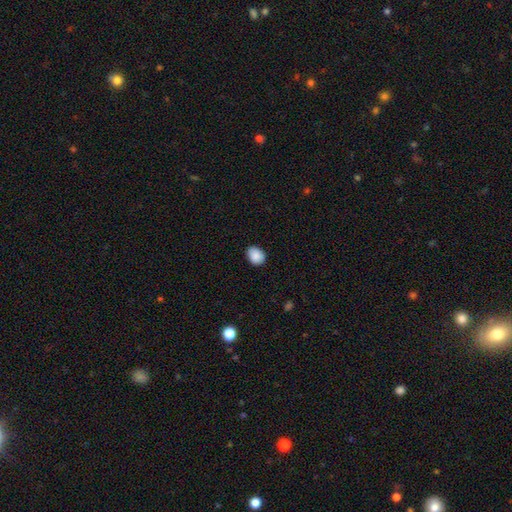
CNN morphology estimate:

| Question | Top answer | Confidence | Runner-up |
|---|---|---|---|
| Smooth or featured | smooth | 88% | star or artifact (8%) |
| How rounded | in between | 51% | round (48%) |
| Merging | none | 83% | minor disturbance (14%) |